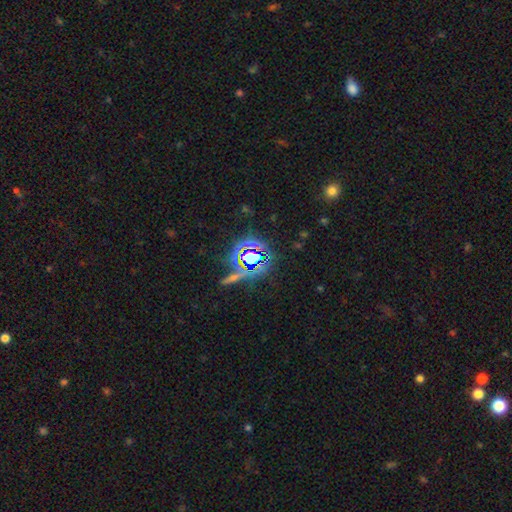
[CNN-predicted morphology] Smooth or featured? Predicted: star or artifact (p=0.74).